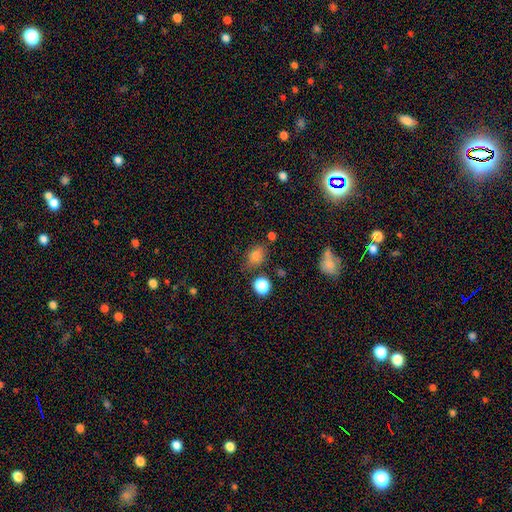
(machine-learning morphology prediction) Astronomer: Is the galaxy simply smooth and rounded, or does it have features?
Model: smooth — 78%.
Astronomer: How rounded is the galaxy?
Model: in between — 65%.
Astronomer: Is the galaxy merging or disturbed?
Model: none — 69%.